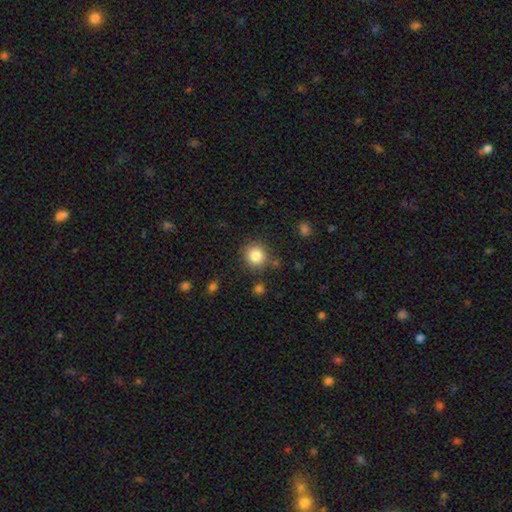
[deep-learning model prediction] The model was most divided on "smooth or featured": smooth: 85%, star or artifact: 10%, featured or disk: 5%. More confident: how rounded — round (91%); merging — none (85%).